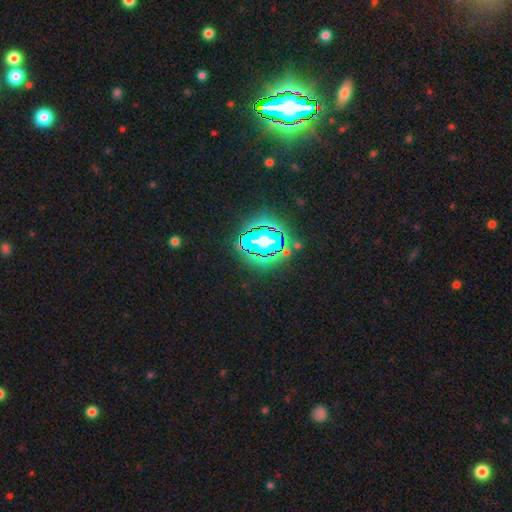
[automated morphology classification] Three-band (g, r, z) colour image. It shows a star or artifact, not a galaxy (85%).